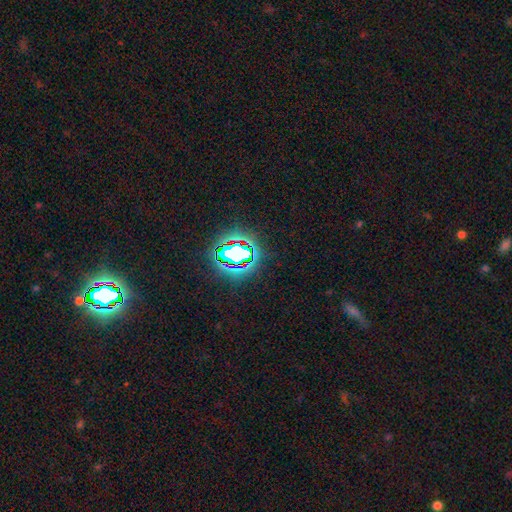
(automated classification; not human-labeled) A star or artifact, not a galaxy (81%).